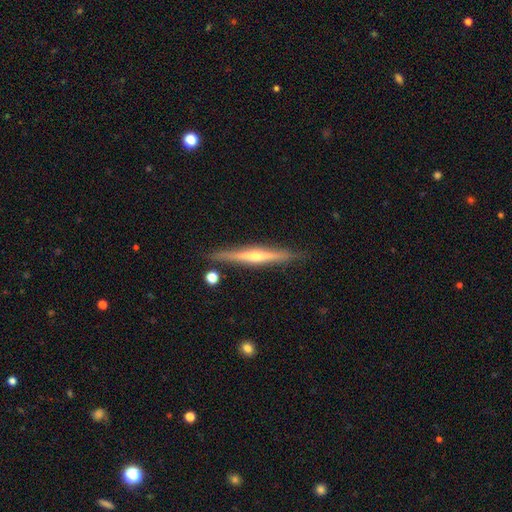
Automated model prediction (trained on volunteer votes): A featured or disk galaxy (75%) viewed edge-on (98%) with a rounded central bulge (82%). Merging: none (88%).